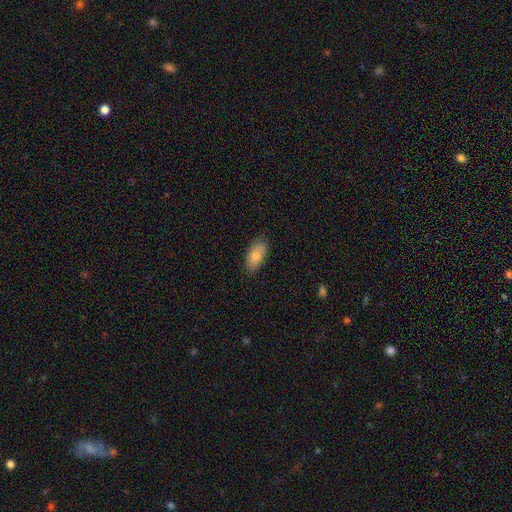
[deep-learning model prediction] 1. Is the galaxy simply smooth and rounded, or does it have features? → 77% smooth, 16% featured or disk, 7% star or artifact.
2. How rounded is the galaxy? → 88% in between, 9% cigar-shaped, 3% round.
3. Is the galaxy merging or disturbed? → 81% none, 15% minor disturbance, 3% major disturbance, 1% merger.